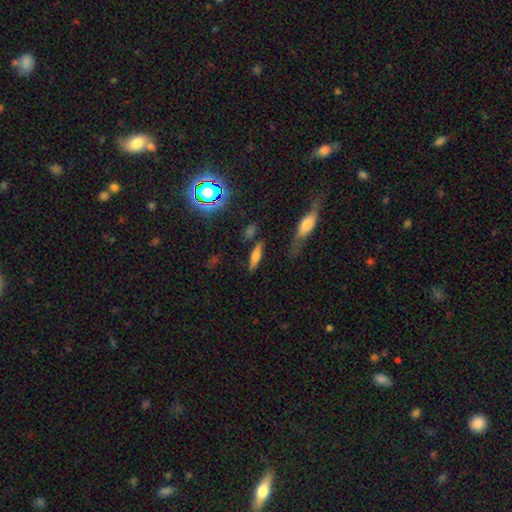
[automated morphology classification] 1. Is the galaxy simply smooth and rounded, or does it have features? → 58% smooth, 31% featured or disk, 11% star or artifact.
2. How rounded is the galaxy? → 61% cigar-shaped, 35% in between, 4% round.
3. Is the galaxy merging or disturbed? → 73% none, 15% minor disturbance, 6% merger, 5% major disturbance.